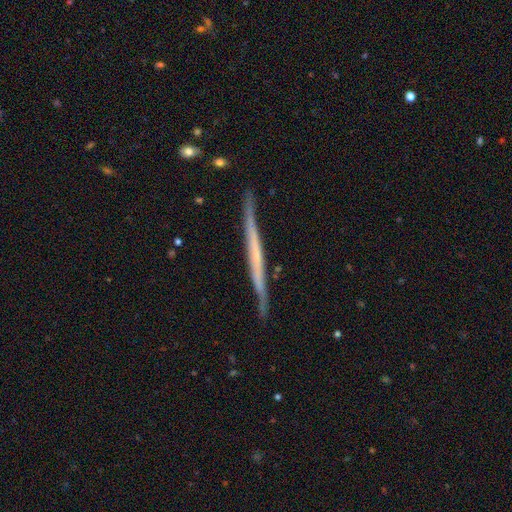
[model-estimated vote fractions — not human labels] Morphology: type=featured or disk (67%); edge-on=yes (97%); edge-on bulge=none (84%); merging=none (86%).